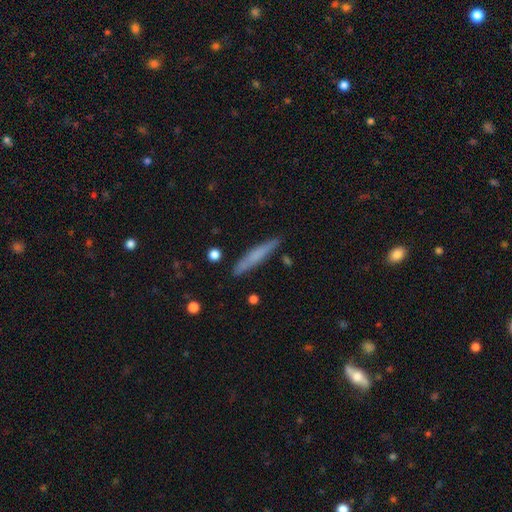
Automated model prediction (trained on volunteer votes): Morphology: type=smooth (63%); roundness=cigar-shaped (94%); merging=none (86%).